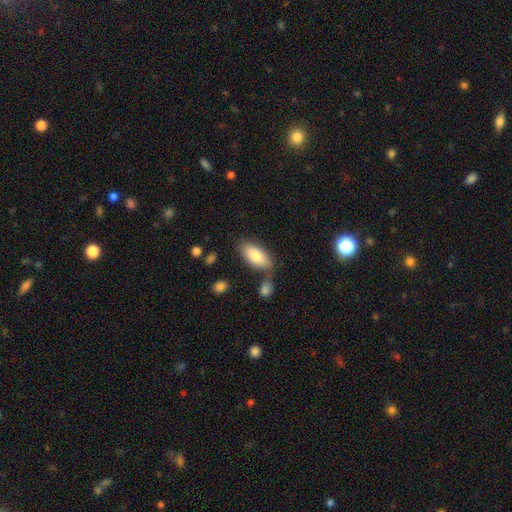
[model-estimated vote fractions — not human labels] Smooth or featured?
  - smooth: 81% *
  - featured or disk: 13%
  - star or artifact: 6%
How rounded?
  - in between: 90% *
  - cigar-shaped: 8%
  - round: 2%
Merging?
  - none: 62% *
  - minor disturbance: 17%
  - merger: 16%
  - major disturbance: 6%